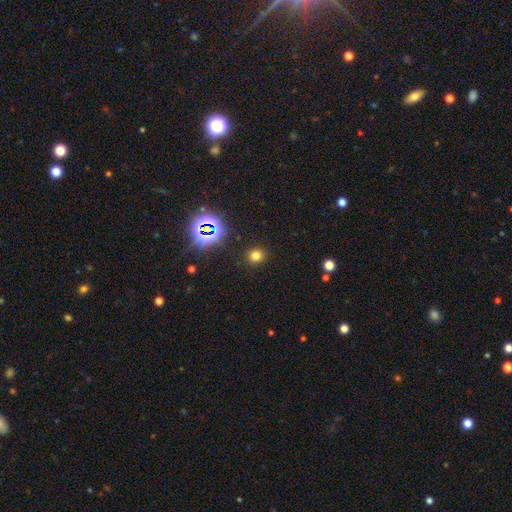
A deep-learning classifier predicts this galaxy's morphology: A smooth galaxy with no disk features (72%) that is round (87%). Merging: none (90%).